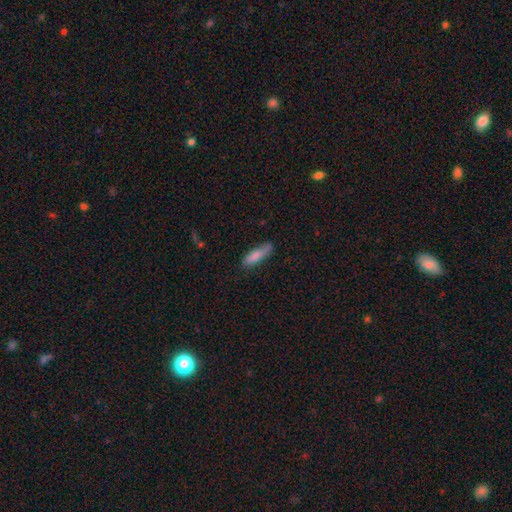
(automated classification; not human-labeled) A smooth galaxy with no disk features (82%) that is cigar-shaped (65%). Merging: none (71%).